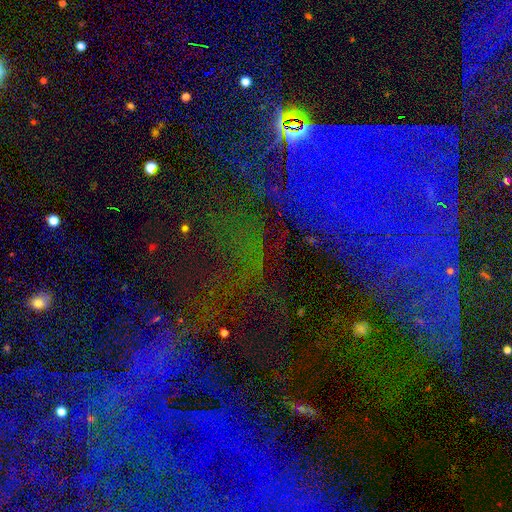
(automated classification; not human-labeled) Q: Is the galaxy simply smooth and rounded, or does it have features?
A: star or artifact — 76%.